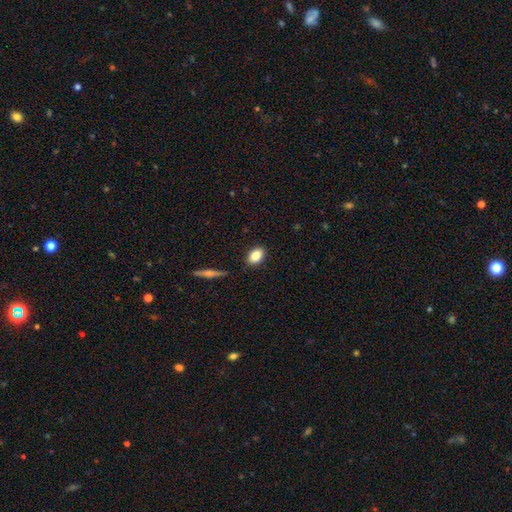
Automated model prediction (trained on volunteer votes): A smooth galaxy with no disk features (83%) that is in between round and cigar-shaped (83%). Merging: none (88%).